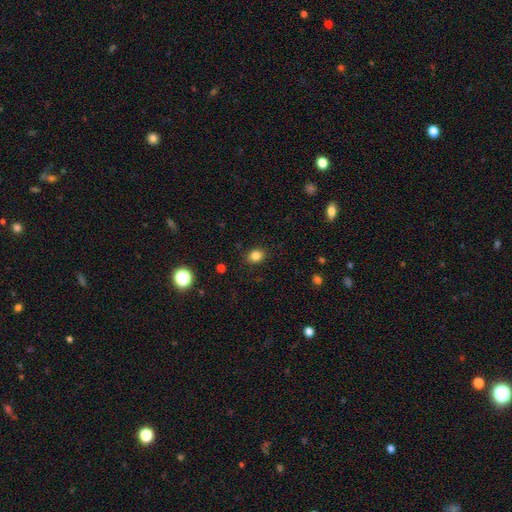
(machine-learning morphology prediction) A smooth galaxy with no disk features (83%) that is round (55%).

Vote fractions:
- Smooth or featured? smooth: 83% / star or artifact: 12% / featured or disk: 5%
- How rounded? round: 55% / in between: 44% / cigar-shaped: 1%
- Merging? none: 88% / minor disturbance: 9% / major disturbance: 2% / merger: 1%